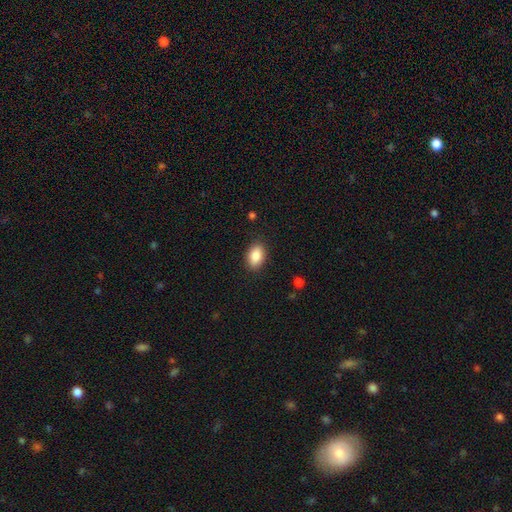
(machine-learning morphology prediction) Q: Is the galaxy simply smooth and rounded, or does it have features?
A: smooth — 88%.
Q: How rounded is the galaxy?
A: in between — 90%.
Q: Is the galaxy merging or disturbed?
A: none — 87%.